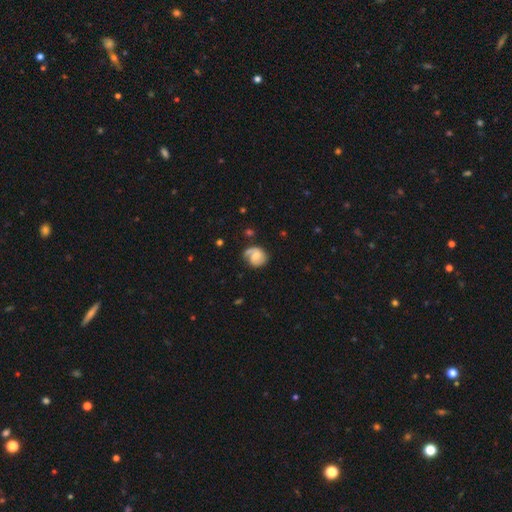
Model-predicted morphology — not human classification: featured or disk 64%, smooth 29%, star or artifact 7%. Down the decision tree: edge-on disk — no (98%); bar — no (53%); spiral arms — yes (90%); spiral arm count — 2 (54%); spiral winding — tight (40%); bulge size — moderate (50%); merging — none (64%).